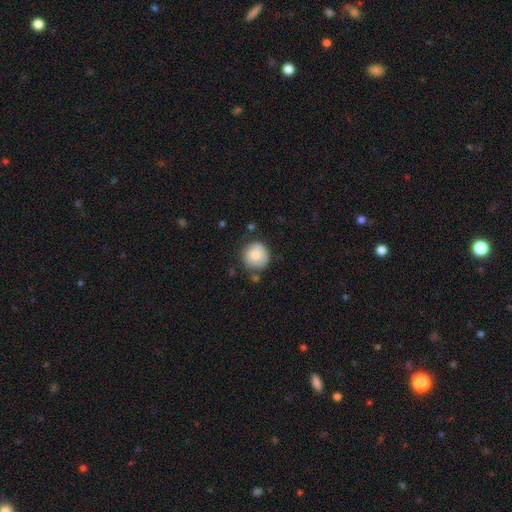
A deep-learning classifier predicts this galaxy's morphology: Smooth or featured: smooth — 80% (featured or disk — 12%)
How rounded: round — 92% (in between — 7%)
Merging: none — 71% (minor disturbance — 20%)